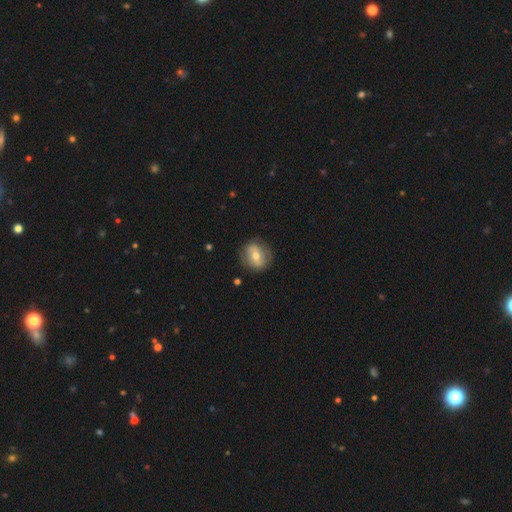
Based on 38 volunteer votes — This is likely a featured or disk galaxy (61%). It is clearly not viewed edge-on (87%). Bar: possibly weak (55%). Spiral arm pattern: likely no (65%). Central bulge: likely moderate (70%). Merging: clearly none (92%).